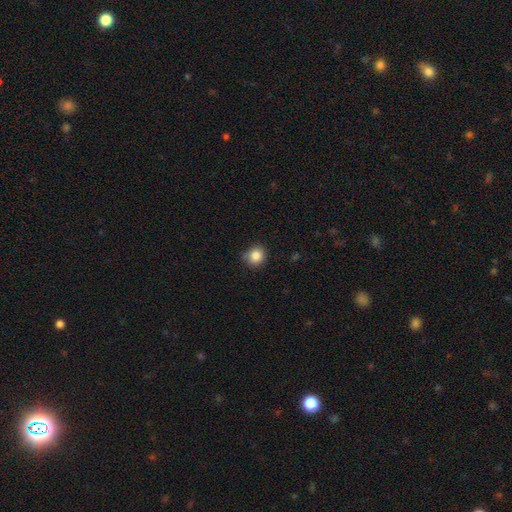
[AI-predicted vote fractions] Smooth or featured?
  - smooth: 84% *
  - star or artifact: 10%
  - featured or disk: 5%
How rounded?
  - round: 85% *
  - in between: 14%
  - cigar-shaped: 1%
Merging?
  - none: 77% *
  - minor disturbance: 18%
  - major disturbance: 3%
  - merger: 2%